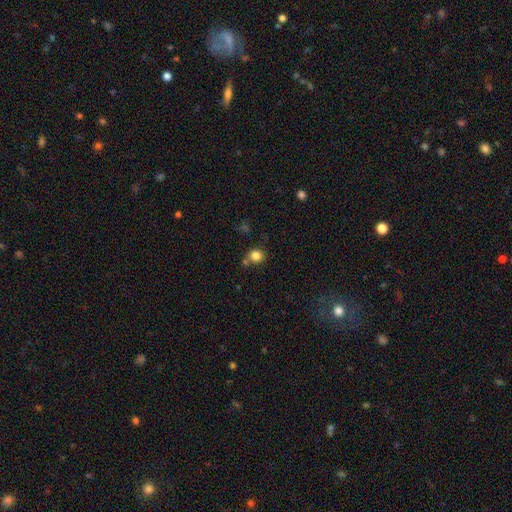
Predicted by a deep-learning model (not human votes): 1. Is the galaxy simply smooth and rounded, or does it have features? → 83% smooth, 12% star or artifact, 6% featured or disk.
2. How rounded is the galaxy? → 80% round, 20% in between, 1% cigar-shaped.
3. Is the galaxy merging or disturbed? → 68% none, 14% merger, 13% minor disturbance, 4% major disturbance.